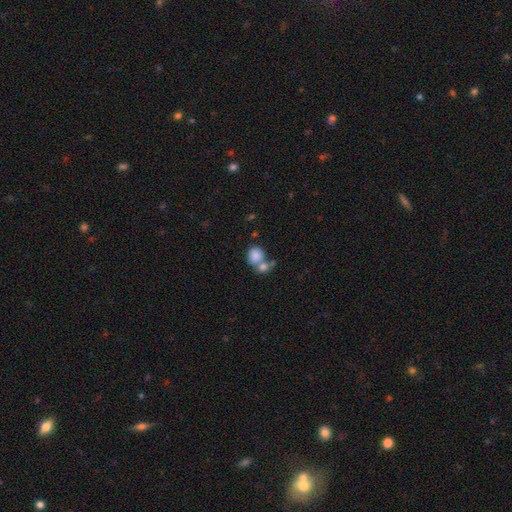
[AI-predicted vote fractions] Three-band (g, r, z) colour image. It shows a smooth galaxy with no disk features (83%) that is round (71%). Merging: merger (55%).